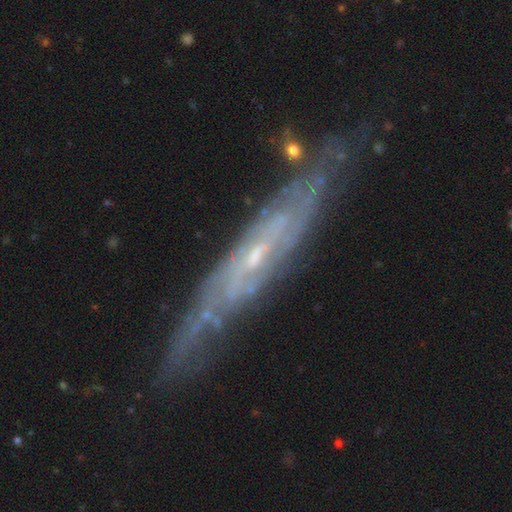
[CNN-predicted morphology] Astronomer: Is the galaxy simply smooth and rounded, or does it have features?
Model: featured or disk — 81%.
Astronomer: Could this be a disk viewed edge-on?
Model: no — 55% (runner-up: yes, 45%).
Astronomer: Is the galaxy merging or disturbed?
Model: none — 78%.